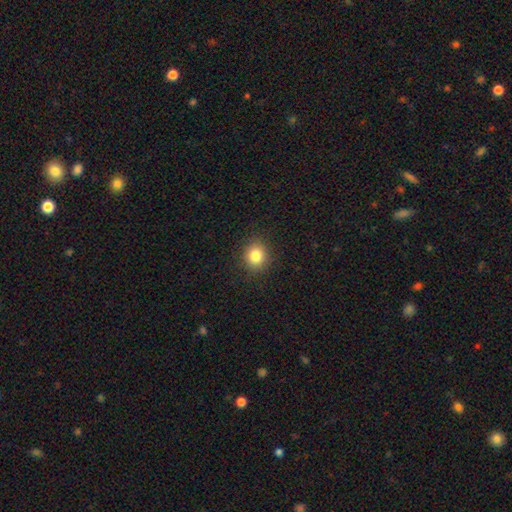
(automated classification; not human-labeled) Smooth or featured? smooth (82%)
How rounded? round (79%)
Merging? none (90%)